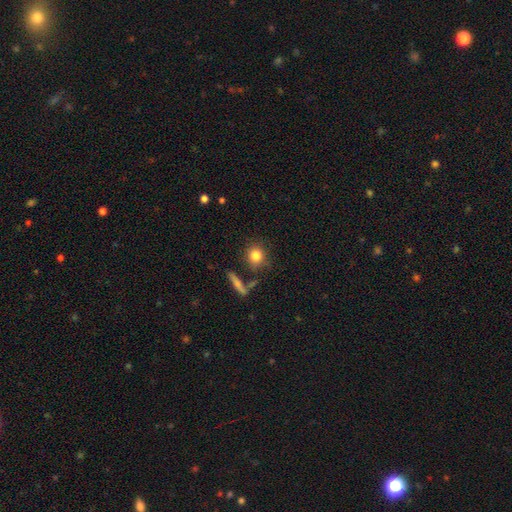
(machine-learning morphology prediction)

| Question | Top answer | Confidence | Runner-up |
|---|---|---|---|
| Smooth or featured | smooth | 82% | featured or disk (9%) |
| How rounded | round | 79% | in between (18%) |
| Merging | none | 76% | minor disturbance (12%) |